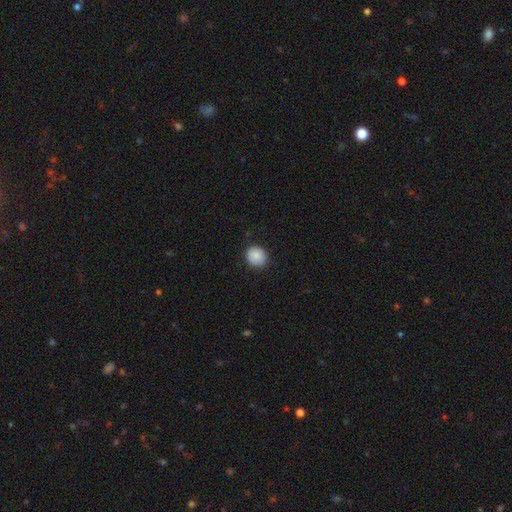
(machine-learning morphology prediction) smooth 87%, star or artifact 8%, featured or disk 5%. Down the decision tree: how rounded — round (81%); merging — none (84%).